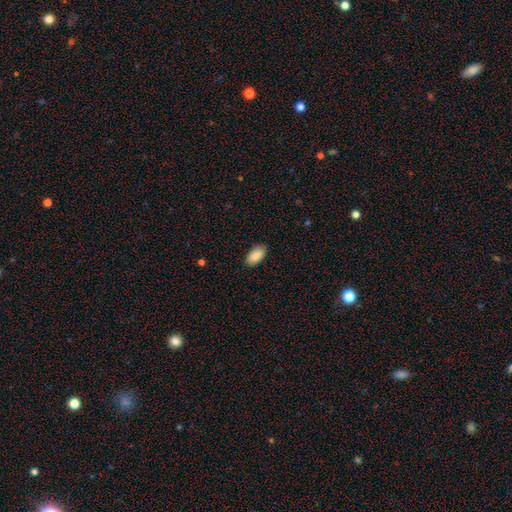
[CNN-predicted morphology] Overall: smooth (89%). How rounded: in between (94%). Merging: none (88%).